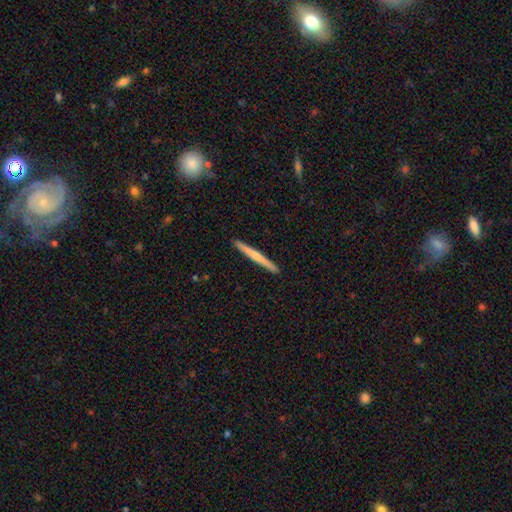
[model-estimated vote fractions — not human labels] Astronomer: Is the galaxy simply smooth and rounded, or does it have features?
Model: smooth — 52% (runner-up: featured or disk, 43%).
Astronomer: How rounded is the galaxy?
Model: cigar-shaped — 97%.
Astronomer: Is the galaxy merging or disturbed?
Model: none — 93%.